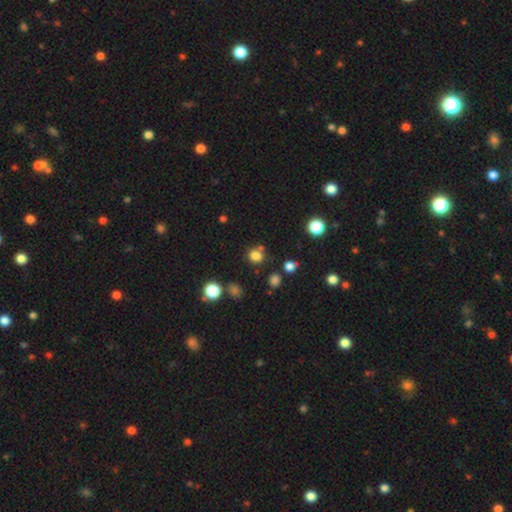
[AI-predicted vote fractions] A smooth galaxy with no disk features (78%) that is round (82%).

Vote fractions:
- Smooth or featured? smooth: 78% / star or artifact: 17% / featured or disk: 6%
- How rounded? round: 82% / in between: 17% / cigar-shaped: 1%
- Merging? none: 73% / merger: 14% / minor disturbance: 10% / major disturbance: 4%